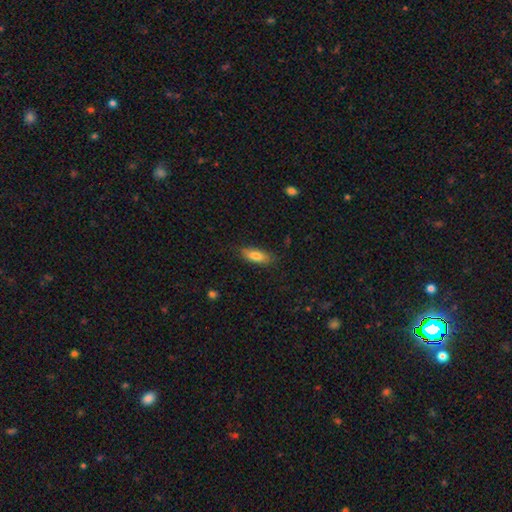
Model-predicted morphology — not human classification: Q: Smooth or featured?
A: smooth (79%); runner-up: featured or disk (14%)
Q: How rounded?
A: in between (69%); runner-up: cigar-shaped (28%)
Q: Merging?
A: none (81%); runner-up: minor disturbance (15%)